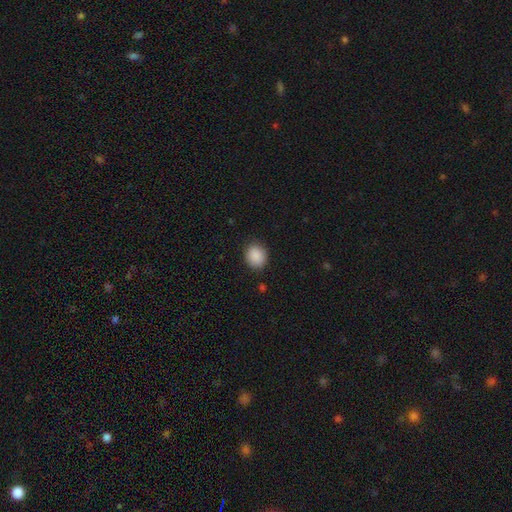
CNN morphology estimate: Smooth or featured? Predicted: smooth (p=0.89). How rounded? Predicted: round (p=0.67). Merging? Predicted: none (p=0.86).